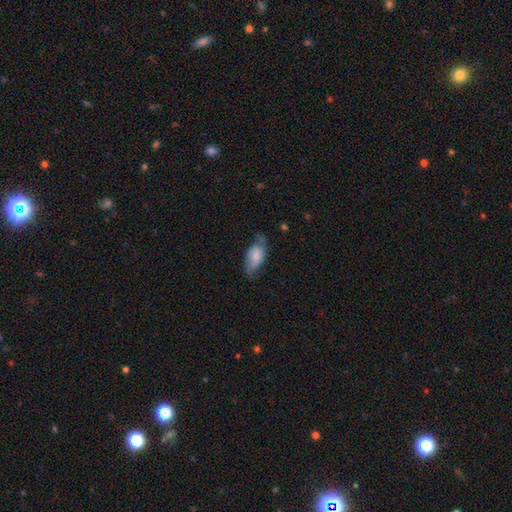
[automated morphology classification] smooth-or-featured: smooth: 59% | featured or disk: 34% | star or artifact: 7%
  how-rounded: in between: 90% | cigar-shaped: 7% | round: 3%
  merging: none: 54% | minor disturbance: 31% | major disturbance: 13% | merger: 2%